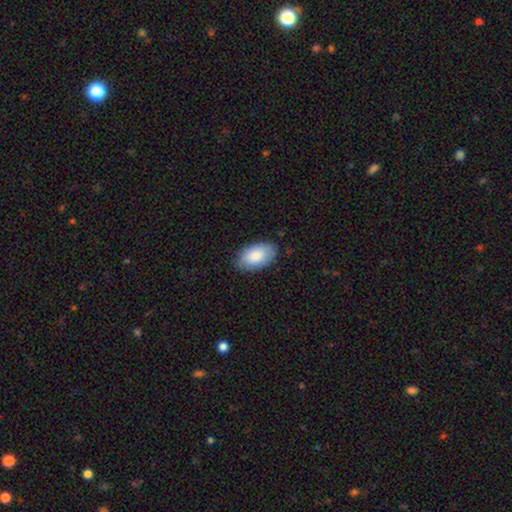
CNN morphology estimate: Smooth or featured? smooth (86%)
How rounded? in between (95%)
Merging? none (84%)